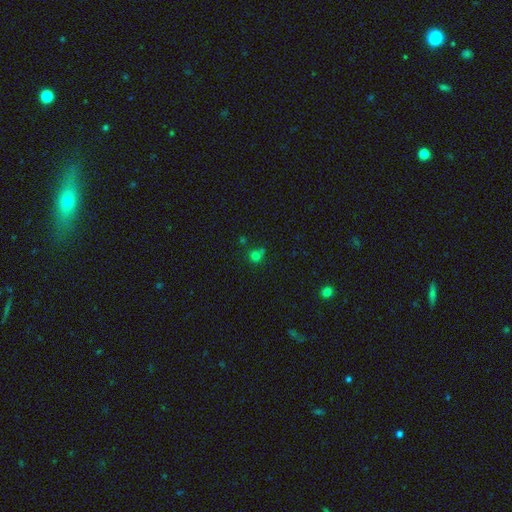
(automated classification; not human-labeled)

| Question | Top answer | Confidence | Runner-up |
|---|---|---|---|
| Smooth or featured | smooth | 70% | star or artifact (22%) |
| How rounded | round | 85% | in between (14%) |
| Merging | none | 56% | merger (25%) |